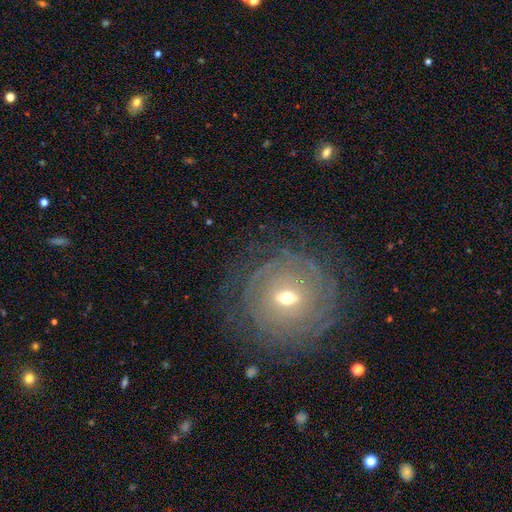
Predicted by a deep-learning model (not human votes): Q: Smooth or featured?
A: featured or disk (76%); runner-up: smooth (13%)
Q: Edge-on disk?
A: no (96%); runner-up: yes (4%)
Q: Bar?
A: weak (42%); runner-up: no (41%)
Q: Spiral arms?
A: yes (88%); runner-up: no (12%)
Q: Spiral winding?
A: tight (84%); runner-up: medium (12%)
Q: Spiral arm count?
A: can't tell (45%); runner-up: 2 (13%)
Q: Bulge size?
A: moderate (55%); runner-up: small (41%)
Q: Merging?
A: none (81%); runner-up: minor disturbance (12%)